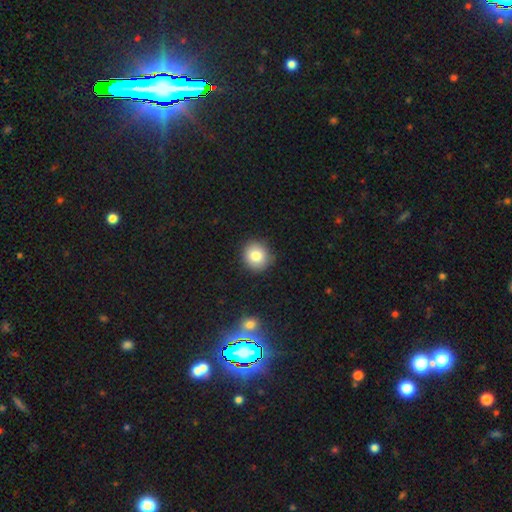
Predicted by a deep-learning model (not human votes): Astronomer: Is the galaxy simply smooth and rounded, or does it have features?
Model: smooth — 82%.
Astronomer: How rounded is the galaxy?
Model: round — 89%.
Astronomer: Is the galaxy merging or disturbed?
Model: none — 87%.